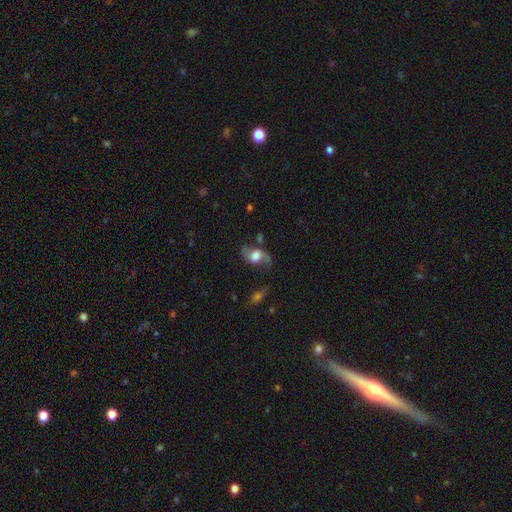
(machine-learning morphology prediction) smooth_or_featured: featured or disk (p=0.57) [alt: smooth p=0.35]
disk_edge_on: no (p=0.92) [alt: yes p=0.08]
bar: no (p=0.63) [alt: weak p=0.29]
has_spiral_arms: yes (p=0.81) [alt: no p=0.19]
bulge_size: large (p=0.49) [alt: moderate p=0.32]
merging: none (p=0.55) [alt: minor disturbance p=0.22]